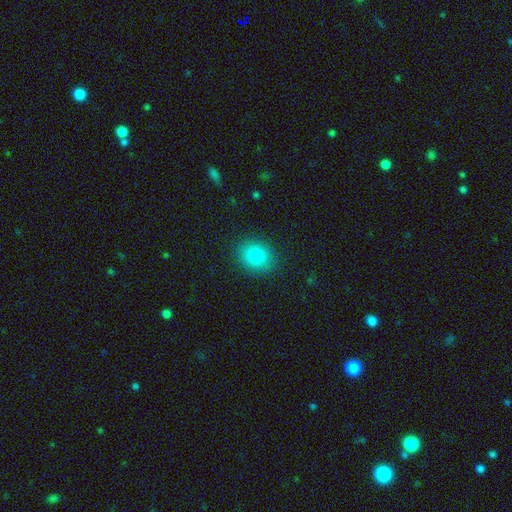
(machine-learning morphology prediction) Overall: smooth (81%). How rounded: round (67%; in between 32%). Merging: none (89%).